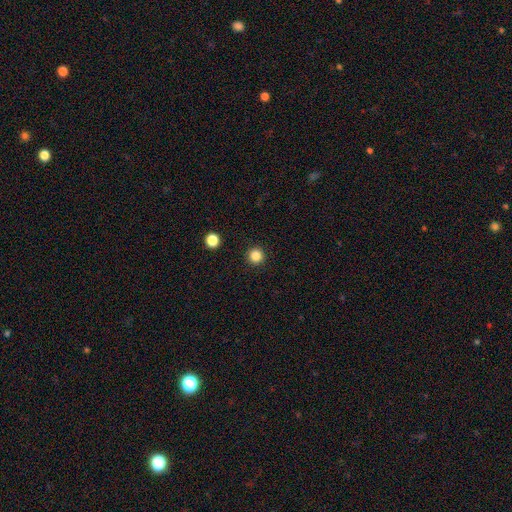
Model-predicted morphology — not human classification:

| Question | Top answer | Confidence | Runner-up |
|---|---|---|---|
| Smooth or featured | smooth | 85% | star or artifact (12%) |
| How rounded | round | 96% | in between (3%) |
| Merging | none | 93% | minor disturbance (4%) |